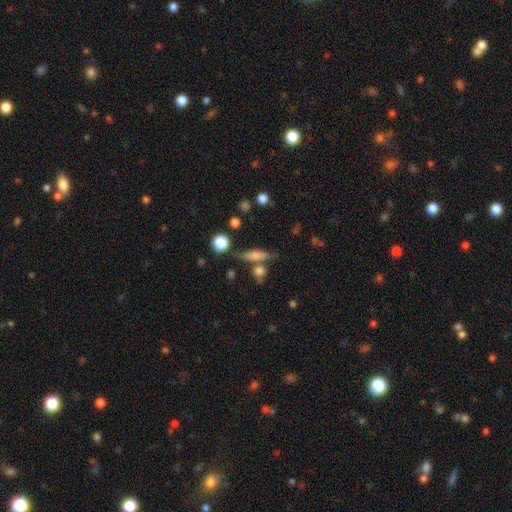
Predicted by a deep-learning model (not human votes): smooth 69%, featured or disk 21%, star or artifact 10%. Down the decision tree: how rounded — cigar-shaped (60%); merging — none (68%).